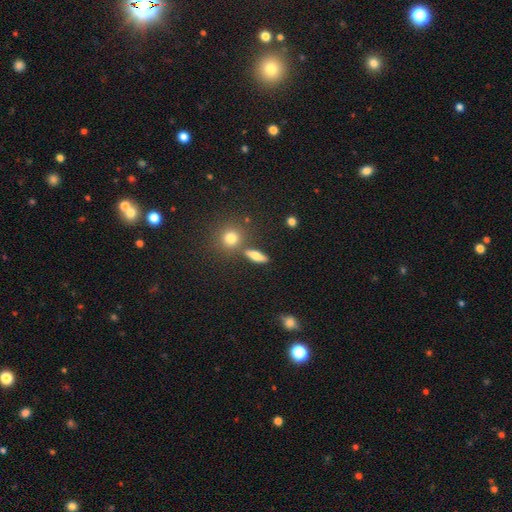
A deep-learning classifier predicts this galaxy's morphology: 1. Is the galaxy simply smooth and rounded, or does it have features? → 72% smooth, 17% featured or disk, 11% star or artifact.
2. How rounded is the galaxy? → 49% in between, 37% cigar-shaped, 14% round.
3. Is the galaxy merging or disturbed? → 76% none, 11% minor disturbance, 9% merger, 4% major disturbance.